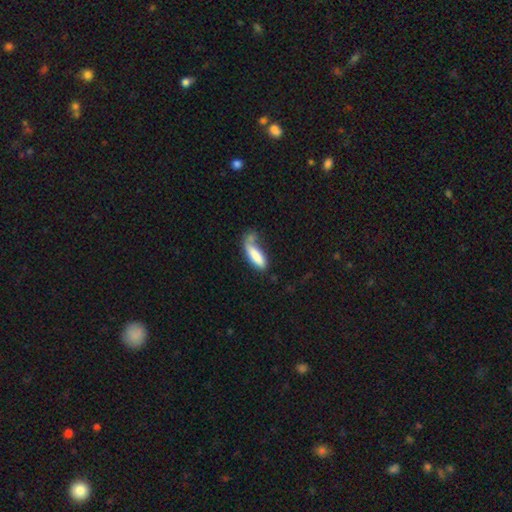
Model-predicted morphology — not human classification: This is likely a smooth galaxy (79%). How rounded: possibly in between (49%, tied with cigar-shaped). Merging: marginally none (37%).